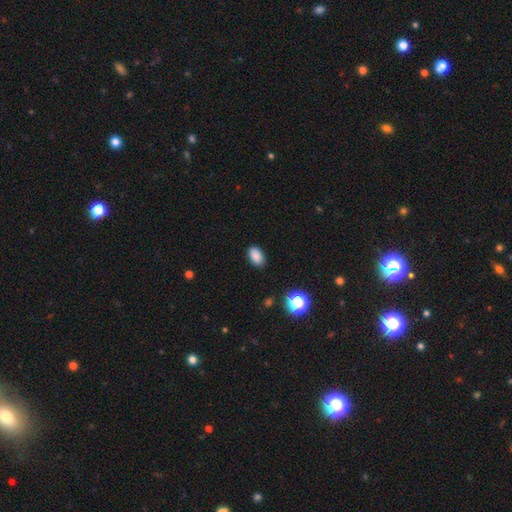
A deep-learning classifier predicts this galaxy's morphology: smooth-or-featured: smooth: 86% | star or artifact: 10% | featured or disk: 4%
  how-rounded: in between: 91% | round: 8% | cigar-shaped: 1%
  merging: none: 87% | minor disturbance: 9% | major disturbance: 2% | merger: 1%